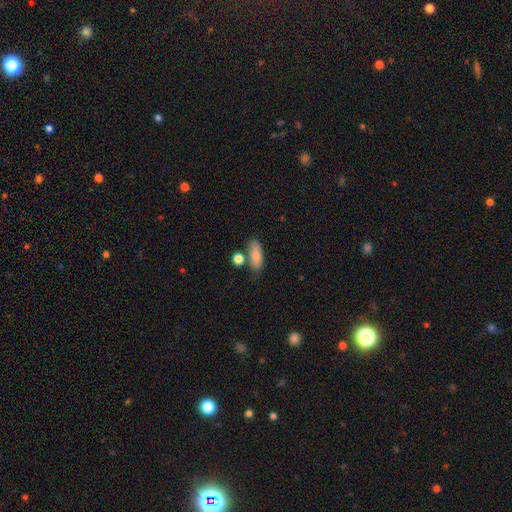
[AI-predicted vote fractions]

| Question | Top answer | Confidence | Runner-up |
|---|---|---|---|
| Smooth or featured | smooth | 83% | featured or disk (9%) |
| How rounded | in between | 75% | cigar-shaped (20%) |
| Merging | none | 64% | minor disturbance (17%) |